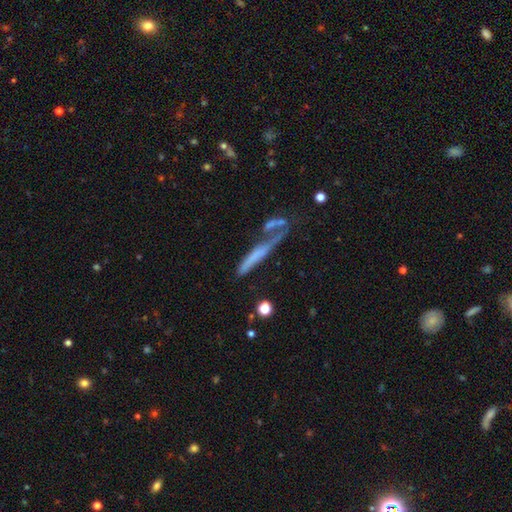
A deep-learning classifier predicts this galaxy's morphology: type=featured or disk (45%); merging=none (34%).